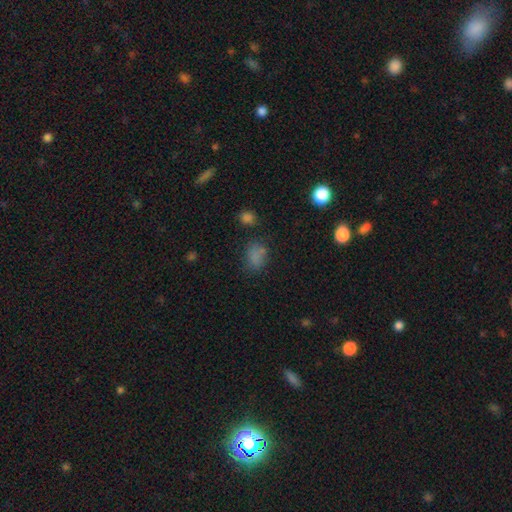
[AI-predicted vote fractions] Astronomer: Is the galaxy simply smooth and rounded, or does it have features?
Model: smooth — 73%.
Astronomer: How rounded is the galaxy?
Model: in between — 67%.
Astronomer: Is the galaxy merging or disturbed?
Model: none — 63%.